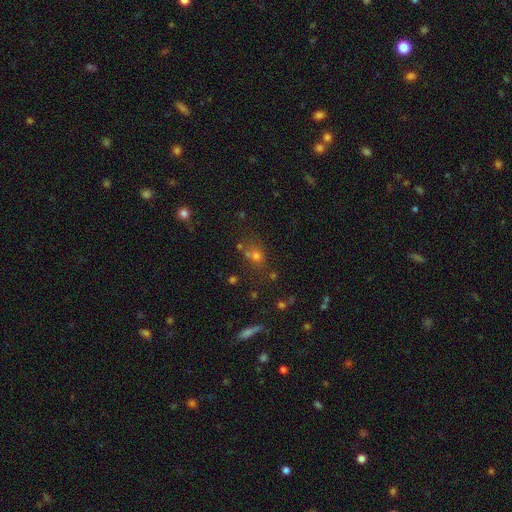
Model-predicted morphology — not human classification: smooth_or_featured: smooth (p=0.60) [alt: star or artifact p=0.27]
how_rounded: round (p=0.64) [alt: in between p=0.33]
merging: none (p=0.55) [alt: merger p=0.23]